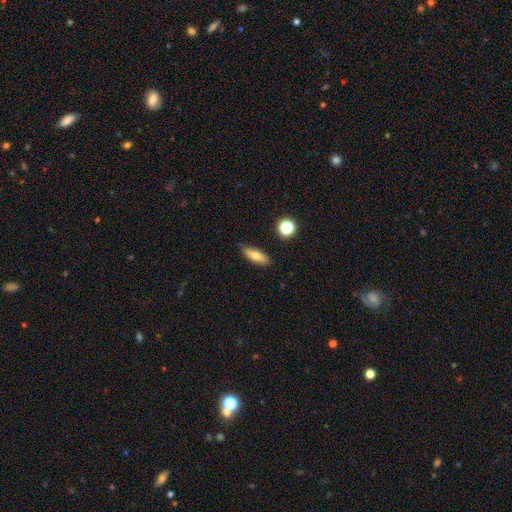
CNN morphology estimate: Smooth or featured? smooth (69%)
How rounded? in between (58%)
Merging? none (86%)